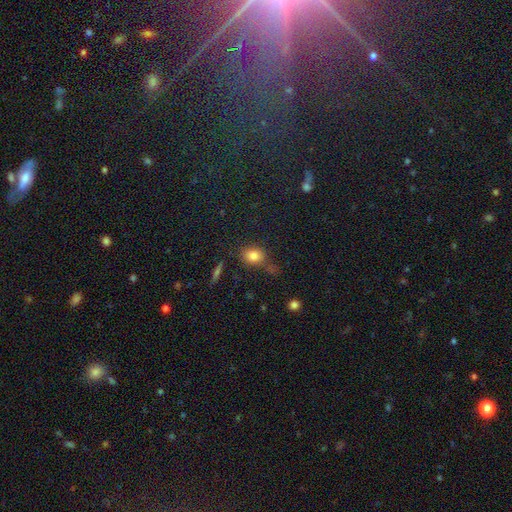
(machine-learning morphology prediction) Smooth or featured? Predicted: smooth (p=0.80). How rounded? Predicted: round (p=0.52). Merging? Predicted: none (p=0.66).